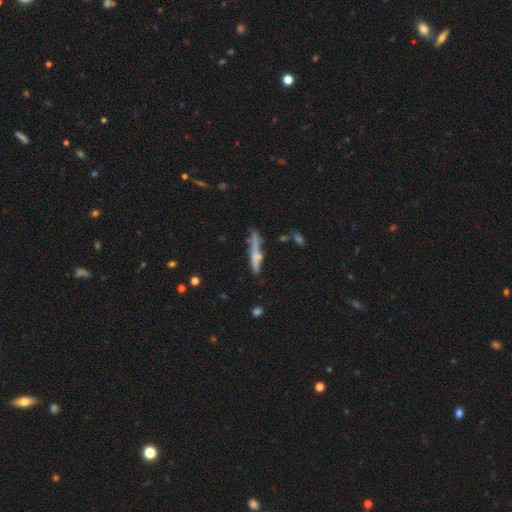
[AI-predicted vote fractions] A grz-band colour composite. It shows a smooth galaxy with no disk features (56%) that is cigar-shaped (91%). Merging: none (64%).